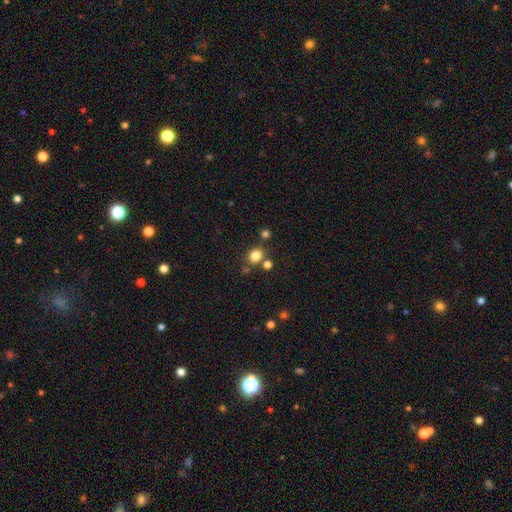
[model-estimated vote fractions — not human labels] The model was most divided on "how rounded": round: 64%, in between: 35%, cigar-shaped: 1%. More confident: smooth or featured — smooth (81%); merging — none (74%).